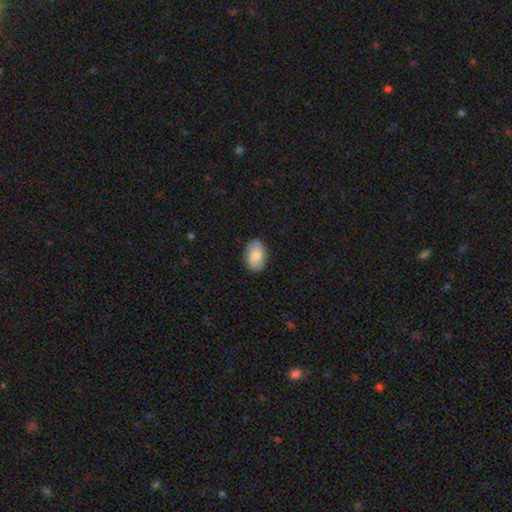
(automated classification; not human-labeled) Morphology: type=smooth (75%); roundness=in between (82%); merging=none (84%).